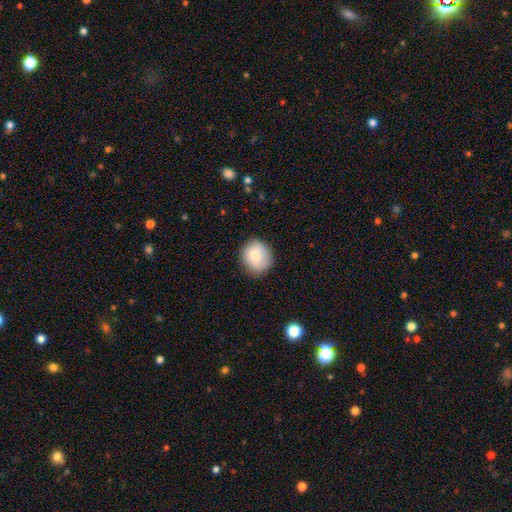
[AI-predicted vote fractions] This is likely a smooth galaxy (79%). How rounded: likely round (79%). Merging: clearly none (82%).